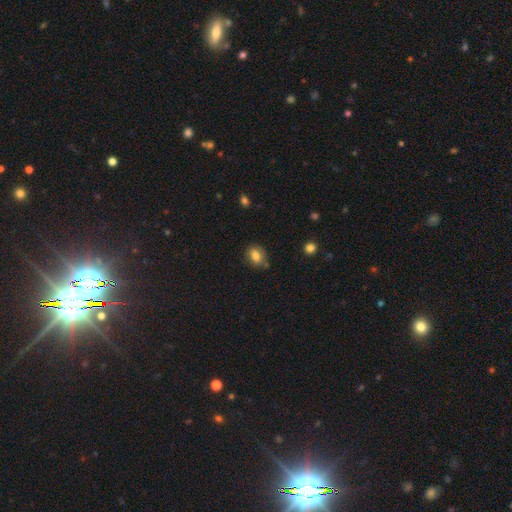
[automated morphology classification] Smooth or featured: smooth — 80% (star or artifact — 10%)
How rounded: in between — 58% (round — 41%)
Merging: none — 74% (minor disturbance — 18%)